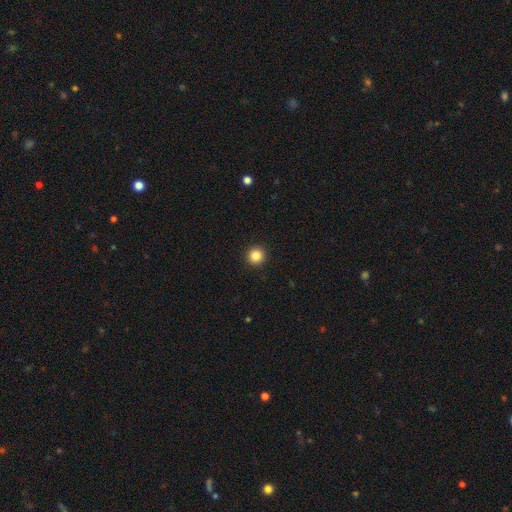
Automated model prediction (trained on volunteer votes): Overall: smooth (86%). How rounded: round (96%). Merging: none (94%).